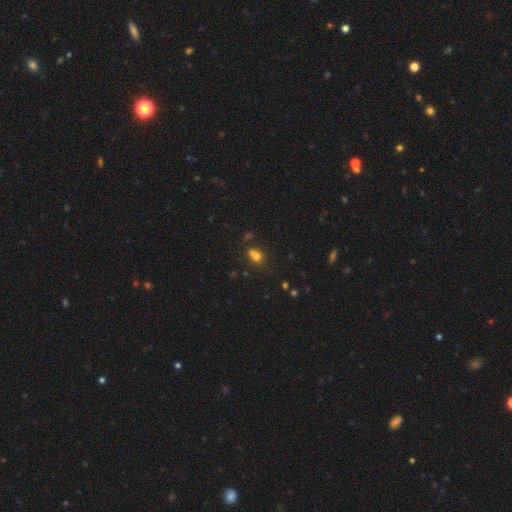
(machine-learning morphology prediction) smooth_or_featured: smooth (p=0.68) [alt: star or artifact p=0.19]
how_rounded: round (p=0.50) [alt: in between p=0.47]
merging: none (p=0.41) [alt: merger p=0.38]